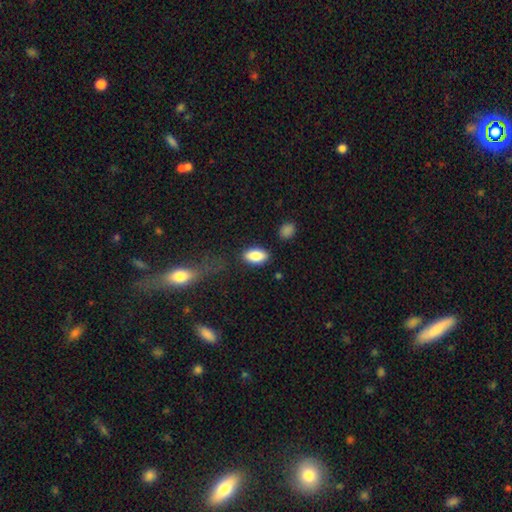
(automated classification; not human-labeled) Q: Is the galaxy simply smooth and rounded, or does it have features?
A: smooth — 84%.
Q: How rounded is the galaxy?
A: in between — 92%.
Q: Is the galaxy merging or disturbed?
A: none — 84%.